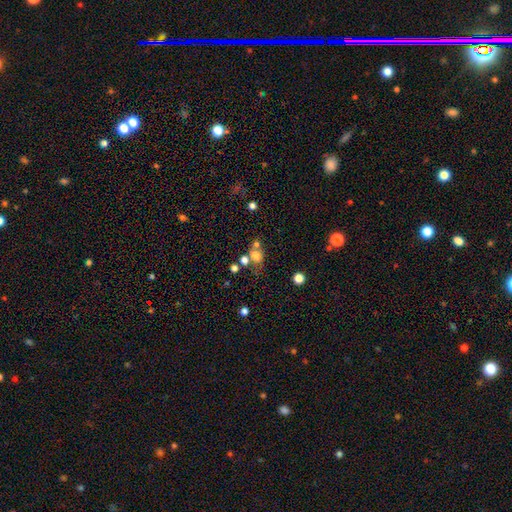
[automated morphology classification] A smooth galaxy with no disk features (71%) that is round (54%). Merging: none (44%).